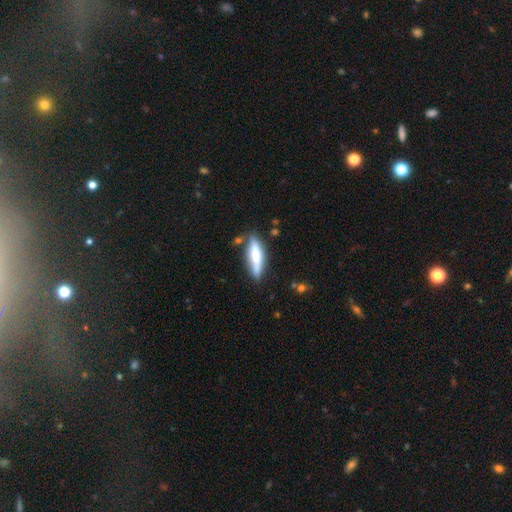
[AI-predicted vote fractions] A smooth galaxy with no disk features (58%) that is cigar-shaped (63%).

Vote fractions:
- Smooth or featured? smooth: 58% / featured or disk: 36% / star or artifact: 6%
- How rounded? cigar-shaped: 63% / in between: 35% / round: 2%
- Merging? none: 76% / minor disturbance: 16% / merger: 5% / major disturbance: 4%